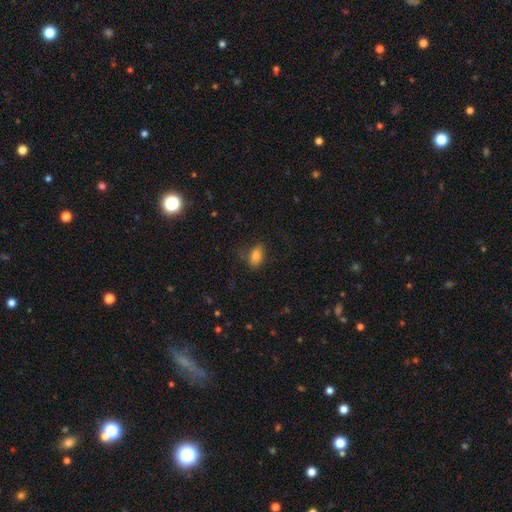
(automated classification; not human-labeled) A smooth galaxy with no disk features (82%) that is in between round and cigar-shaped (88%).

Vote fractions:
- Smooth or featured? smooth: 82% / star or artifact: 10% / featured or disk: 9%
- How rounded? in between: 88% / round: 9% / cigar-shaped: 3%
- Merging? none: 66% / minor disturbance: 22% / major disturbance: 10% / merger: 2%